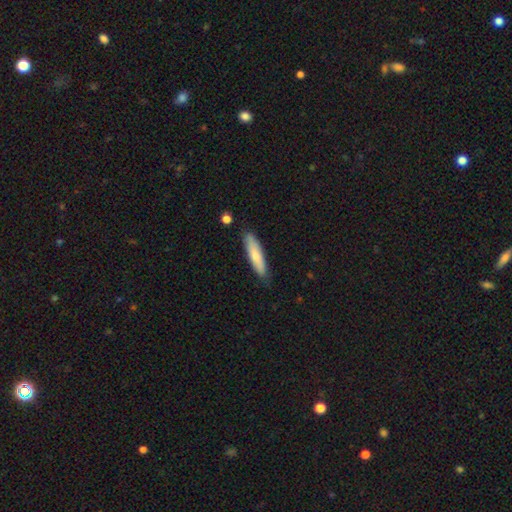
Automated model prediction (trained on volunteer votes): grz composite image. It shows a smooth galaxy with no disk features (75%) that is cigar-shaped (76%). Merging: none (81%).